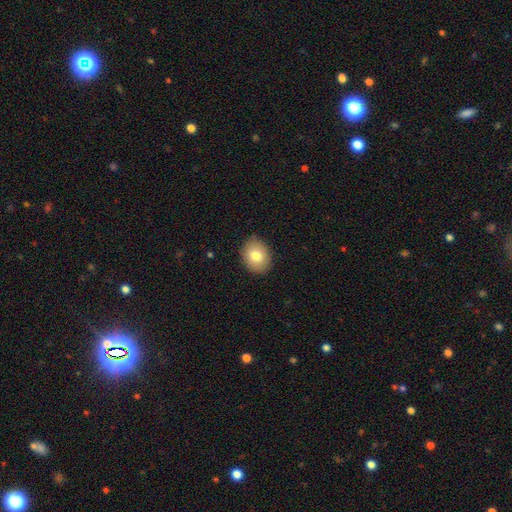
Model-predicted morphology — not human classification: Q: Smooth or featured?
A: smooth (78%); runner-up: featured or disk (13%)
Q: How rounded?
A: in between (53%); runner-up: round (47%)
Q: Merging?
A: none (87%); runner-up: minor disturbance (10%)